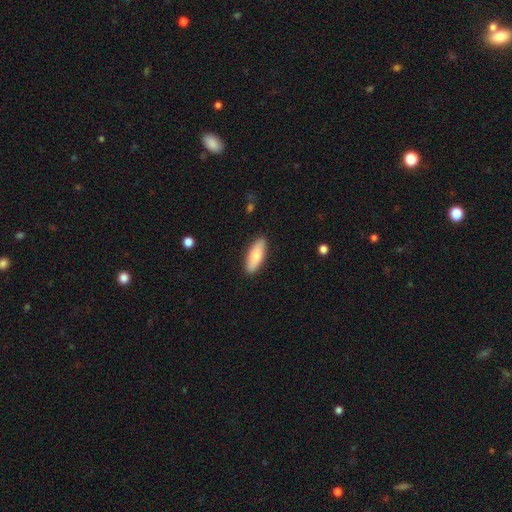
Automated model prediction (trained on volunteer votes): Smooth or featured? smooth (80%)
How rounded? in between (67%)
Merging? none (89%)